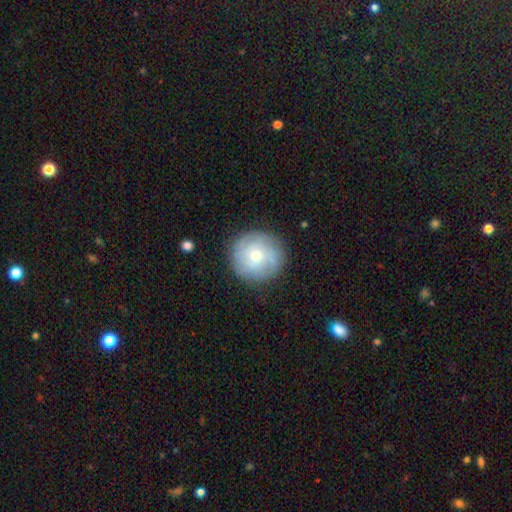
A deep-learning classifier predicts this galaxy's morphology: The model was most divided on "bulge size": moderate: 53%, small: 42%, large: 3%, none: 1%, dominant: 1%. Remaining: edge-on disk — no (98%); spiral arms — yes (85%); merging — none (85%); bar — no (77%); spiral winding — tight (63%); smooth or featured — featured or disk (61%); spiral arm count — can't tell (37%).